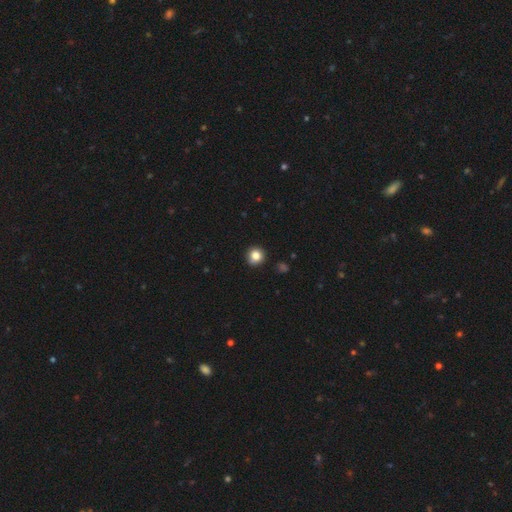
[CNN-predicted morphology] Q: Smooth or featured?
A: smooth (83%); runner-up: star or artifact (11%)
Q: How rounded?
A: round (93%); runner-up: in between (7%)
Q: Merging?
A: none (88%); runner-up: minor disturbance (9%)